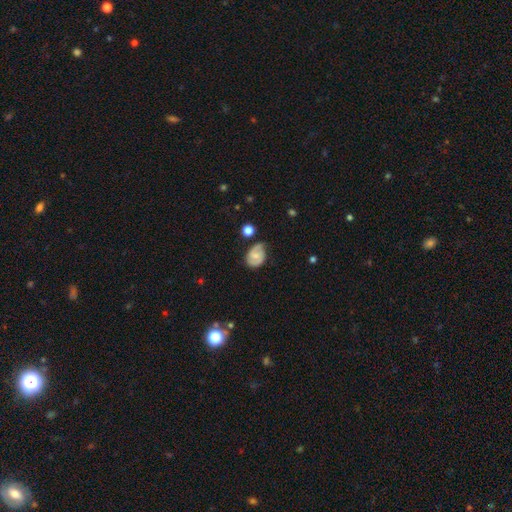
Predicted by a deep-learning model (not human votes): smooth-or-featured: featured or disk: 59% | smooth: 33% | star or artifact: 8%
  disk-edge-on: no: 97% | yes: 3%
    bar: weak: 45% | no: 43% | strong: 12%
    has-spiral-arms: yes: 87% | no: 13%
    bulge-size: small: 51% | moderate: 32% | none: 14% | large: 2% | dominant: 1%
  merging: none: 61% | minor disturbance: 27% | major disturbance: 8% | merger: 4%